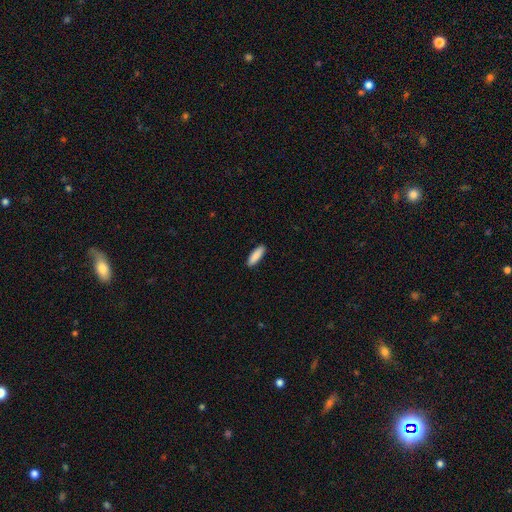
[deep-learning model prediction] Morphology: type=smooth (89%); roundness=in between (50%); merging=none (90%).